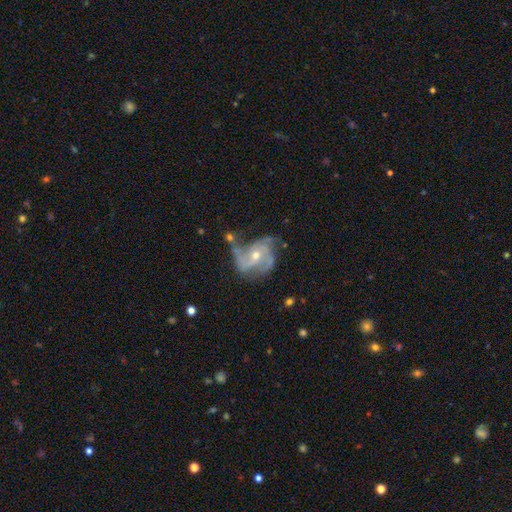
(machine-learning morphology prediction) Smooth or featured?
  - featured or disk: 86% *
  - smooth: 7%
  - star or artifact: 7%
Edge-on disk?
  - no: 98% *
  - yes: 2%
Bar?
  - no: 59% *
  - weak: 31%
  - strong: 10%
Spiral arms?
  - yes: 95% *
  - no: 5%
Spiral winding?
  - medium: 49% *
  - loose: 27%
  - tight: 25%
Spiral arm count?
  - 3: 49% *
  - 2: 22%
  - can't tell: 11%
  - 4: 10%
  - 1: 4%
  - more than 4: 4%
Bulge size?
  - small: 49% *
  - moderate: 48%
  - large: 1%
  - none: 1%
  - dominant: 1%
Merging?
  - none: 50% *
  - minor disturbance: 25%
  - major disturbance: 18%
  - merger: 7%